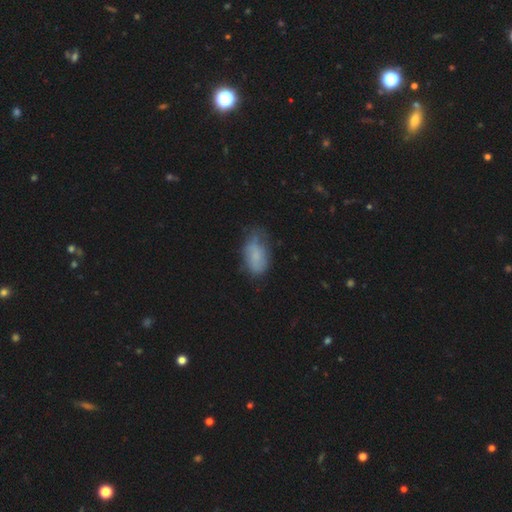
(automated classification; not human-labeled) Smooth or featured? smooth (69%)
How rounded? in between (91%)
Merging? none (49%)